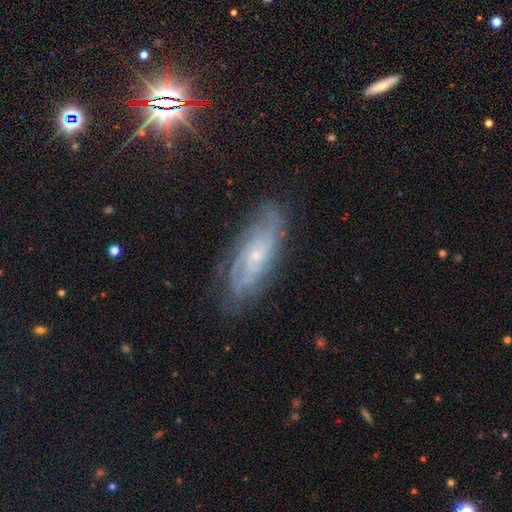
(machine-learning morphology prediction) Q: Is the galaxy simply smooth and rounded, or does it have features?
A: featured or disk — 79%.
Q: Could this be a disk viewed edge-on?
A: no — 88%.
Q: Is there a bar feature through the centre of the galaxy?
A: no — 71%.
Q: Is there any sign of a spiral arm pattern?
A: yes — 94%.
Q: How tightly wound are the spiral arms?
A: tight — 61%.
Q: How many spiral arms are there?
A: can't tell — 45%.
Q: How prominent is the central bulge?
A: small — 74%.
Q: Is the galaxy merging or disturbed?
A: none — 75%.